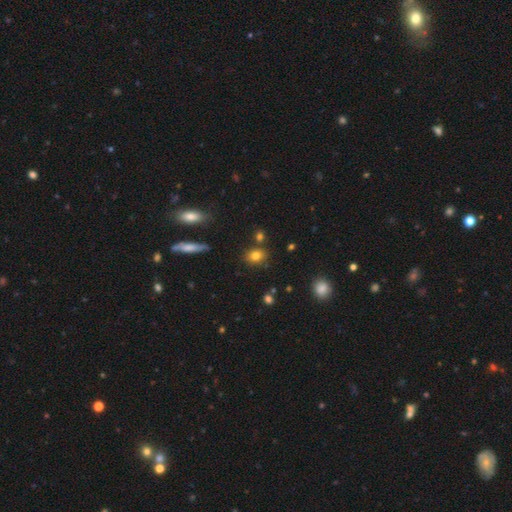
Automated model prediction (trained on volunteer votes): smooth-or-featured: smooth: 78% | star or artifact: 13% | featured or disk: 9%
  how-rounded: in between: 52% | round: 45% | cigar-shaped: 2%
  merging: none: 78% | minor disturbance: 11% | merger: 7% | major disturbance: 3%